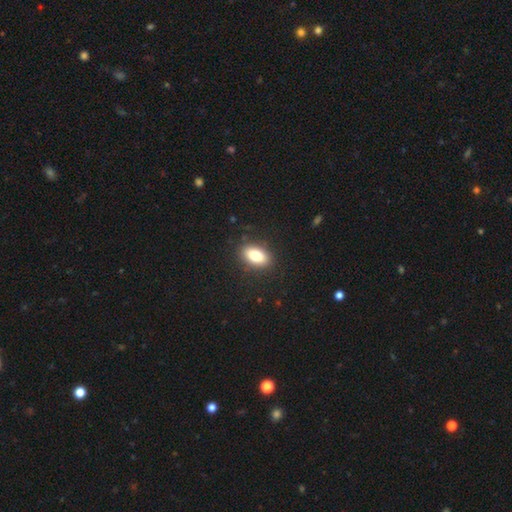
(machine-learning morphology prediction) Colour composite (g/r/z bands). It shows a smooth galaxy with no disk features (81%) that is in between round and cigar-shaped (90%). Merging: none (87%).